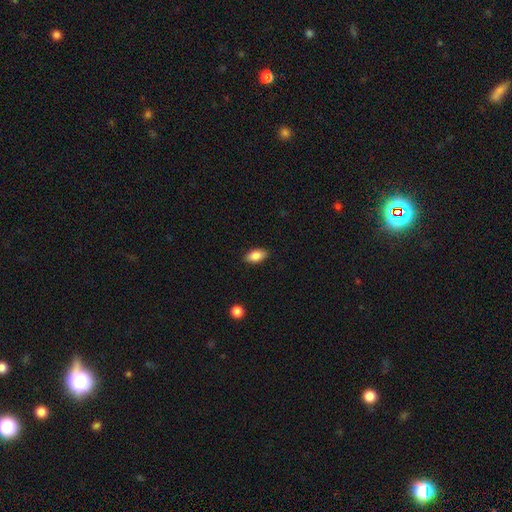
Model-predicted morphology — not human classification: The model was most divided on "smooth or featured": smooth: 85%, featured or disk: 8%, star or artifact: 7%. More confident: how rounded — in between (92%); merging — none (88%).